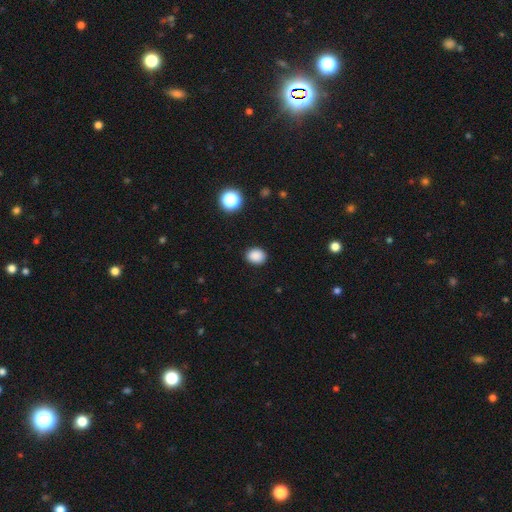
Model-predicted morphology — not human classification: This appears to be a smooth galaxy with no disk features (87%) that is round (53%). Merging: none (89%).